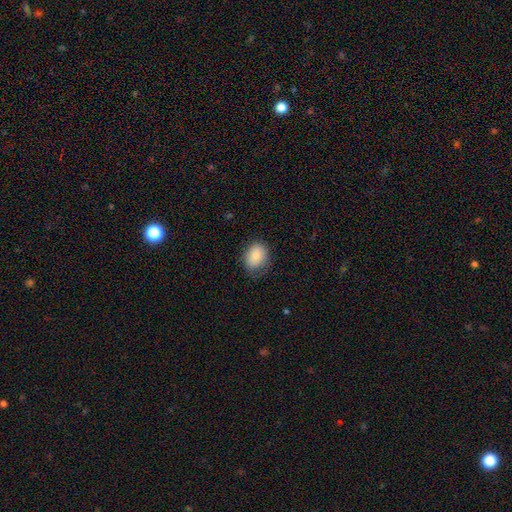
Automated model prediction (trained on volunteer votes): The model was most divided on "how rounded": in between: 65%, round: 35%, cigar-shaped: 1%. More confident: smooth or featured — smooth (87%); merging — none (64%).